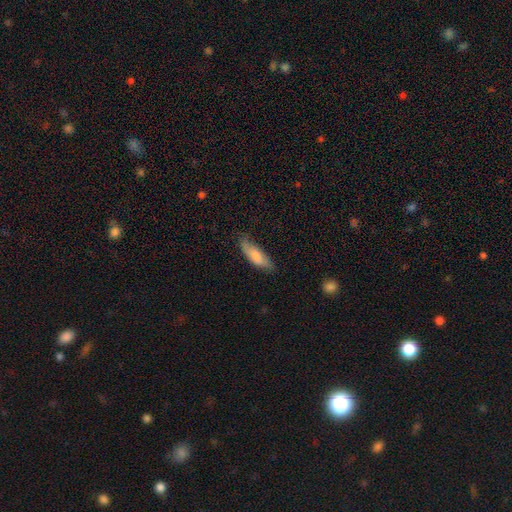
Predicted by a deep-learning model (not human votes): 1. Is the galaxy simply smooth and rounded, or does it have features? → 77% smooth, 17% featured or disk, 6% star or artifact.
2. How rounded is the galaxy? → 57% in between, 41% cigar-shaped, 2% round.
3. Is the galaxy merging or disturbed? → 67% none, 26% minor disturbance, 6% major disturbance, 2% merger.